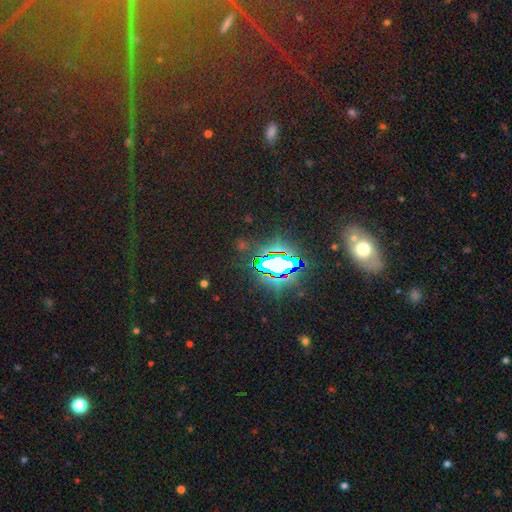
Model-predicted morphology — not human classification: Smooth or featured? Predicted: star or artifact (p=0.66).